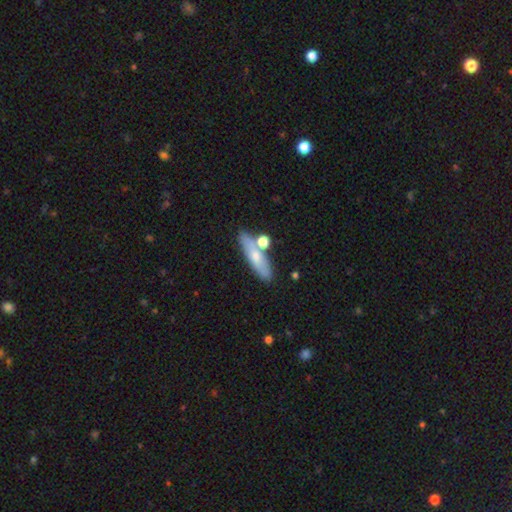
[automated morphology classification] This appears to be a smooth galaxy with no disk features (59%) that is cigar-shaped (63%). Merging: none (70%).